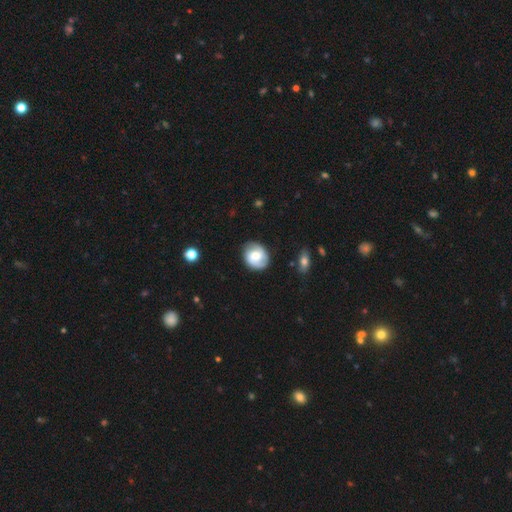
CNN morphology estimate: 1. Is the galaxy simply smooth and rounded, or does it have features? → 50% featured or disk, 43% smooth, 7% star or artifact.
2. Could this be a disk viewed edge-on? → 97% no, 3% yes.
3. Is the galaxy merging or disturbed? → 77% none, 17% minor disturbance, 4% major disturbance, 2% merger.